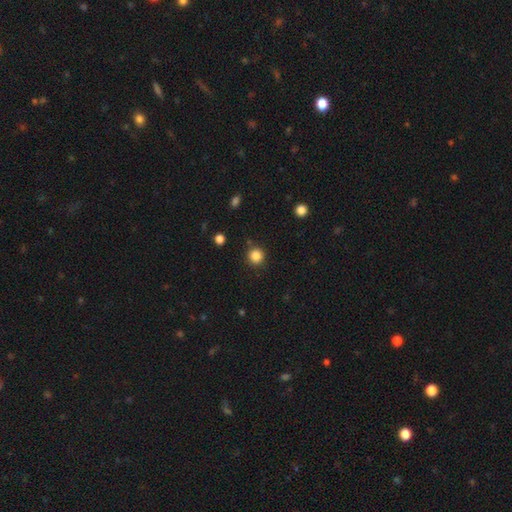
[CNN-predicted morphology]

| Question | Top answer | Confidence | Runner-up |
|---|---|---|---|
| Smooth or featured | smooth | 84% | star or artifact (12%) |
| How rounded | round | 94% | in between (5%) |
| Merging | none | 88% | minor disturbance (7%) |